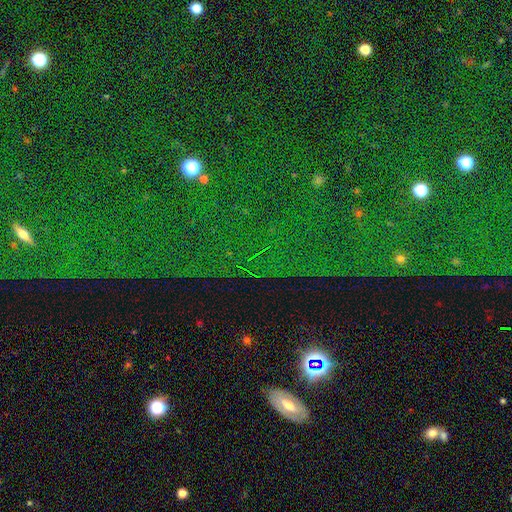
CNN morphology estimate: This appears to be a star or artifact, not a galaxy (75%).